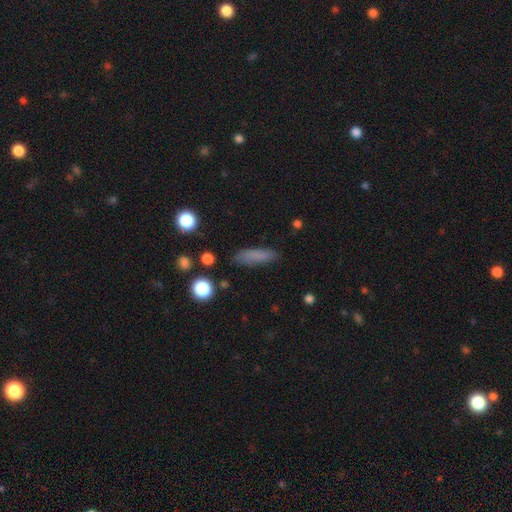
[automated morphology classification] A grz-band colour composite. It shows a smooth galaxy with no disk features (79%) that is cigar-shaped (65%). Merging: none (79%).